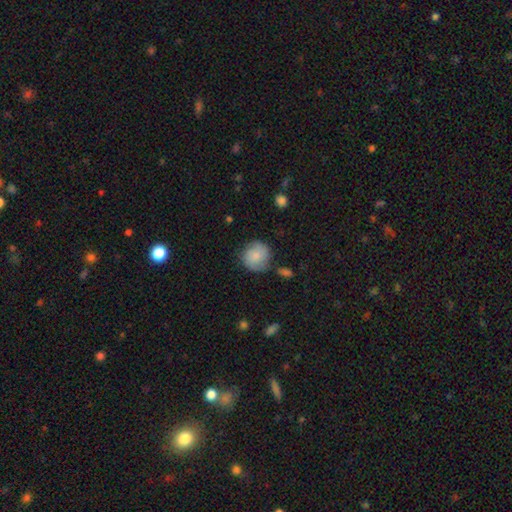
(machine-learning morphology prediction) Q: Smooth or featured?
A: smooth (69%); runner-up: featured or disk (24%)
Q: How rounded?
A: round (87%); runner-up: in between (12%)
Q: Merging?
A: none (66%); runner-up: minor disturbance (21%)